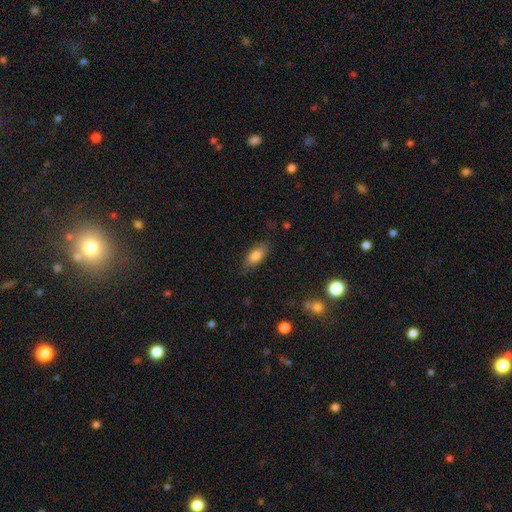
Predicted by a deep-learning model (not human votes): Smooth or featured: smooth — 82% (featured or disk — 11%)
How rounded: in between — 84% (cigar-shaped — 13%)
Merging: none — 80% (minor disturbance — 15%)